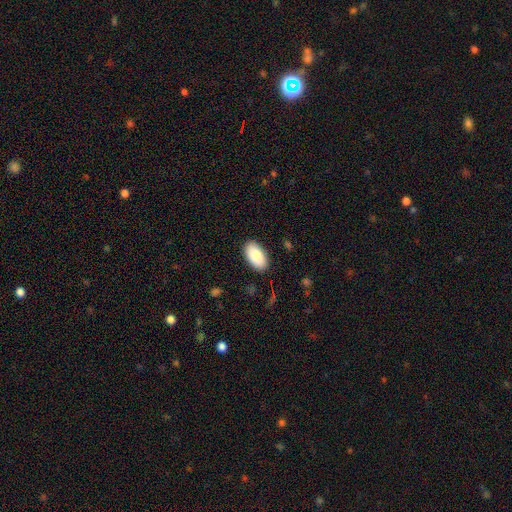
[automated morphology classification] smooth_or_featured: smooth (p=0.87) [alt: featured or disk p=0.07]
how_rounded: in between (p=0.96) [alt: round p=0.03]
merging: none (p=0.88) [alt: minor disturbance p=0.09]